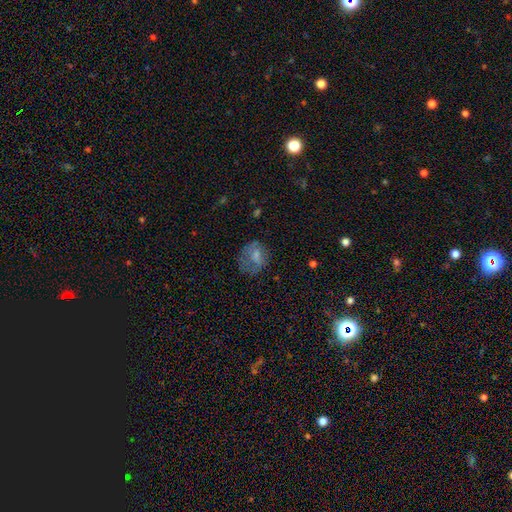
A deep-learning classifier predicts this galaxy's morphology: A smooth galaxy with no disk features (61%) that is round (55%). Merging: none (46%).